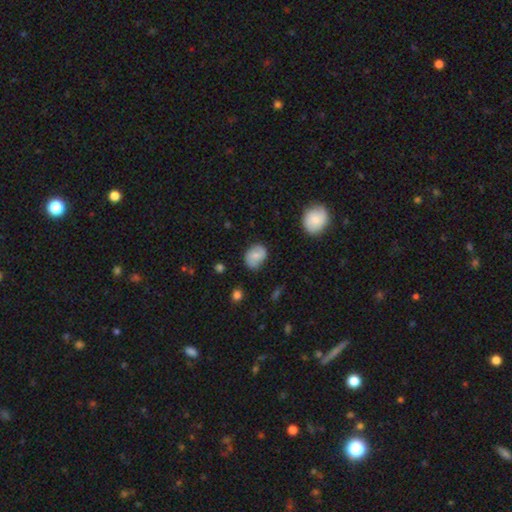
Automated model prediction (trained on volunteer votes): Smooth or featured: smooth — 62% (featured or disk — 30%)
How rounded: in between — 59% (round — 40%)
Merging: none — 72% (minor disturbance — 21%)